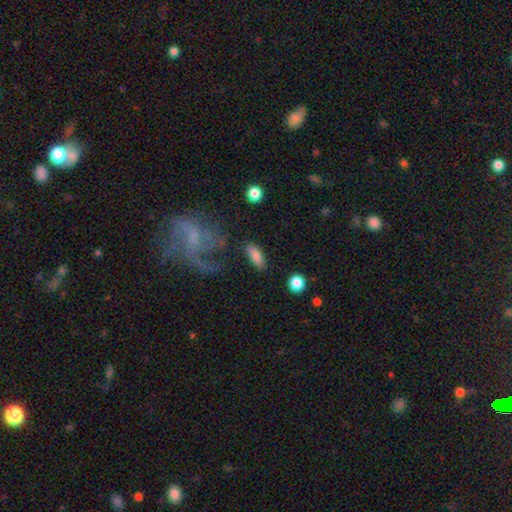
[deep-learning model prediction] Q: Smooth or featured?
A: smooth (83%); runner-up: featured or disk (10%)
Q: How rounded?
A: in between (76%); runner-up: cigar-shaped (20%)
Q: Merging?
A: none (78%); runner-up: minor disturbance (13%)